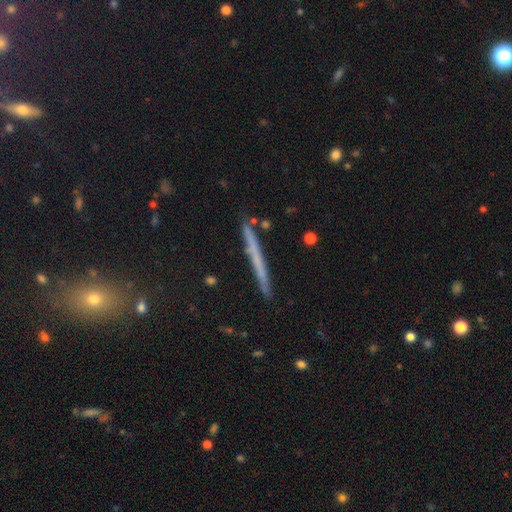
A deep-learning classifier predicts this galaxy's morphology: Q: Smooth or featured?
A: featured or disk (50%); runner-up: smooth (41%)
Q: Merging?
A: none (88%); runner-up: minor disturbance (8%)